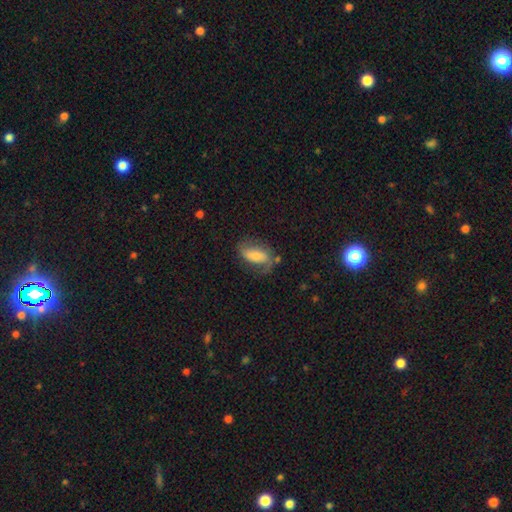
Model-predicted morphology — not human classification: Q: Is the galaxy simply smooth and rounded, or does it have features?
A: featured or disk — 54%.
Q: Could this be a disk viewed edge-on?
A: no — 92%.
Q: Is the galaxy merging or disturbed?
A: none — 57%.